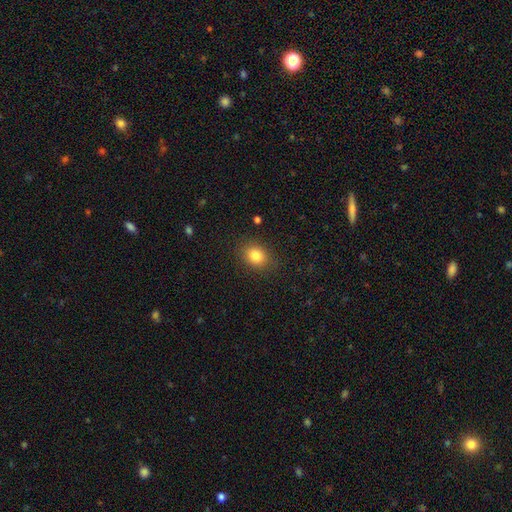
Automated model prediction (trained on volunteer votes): Smooth or featured? Predicted: smooth (p=0.83). How rounded? Predicted: in between (p=0.57). Merging? Predicted: none (p=0.86).